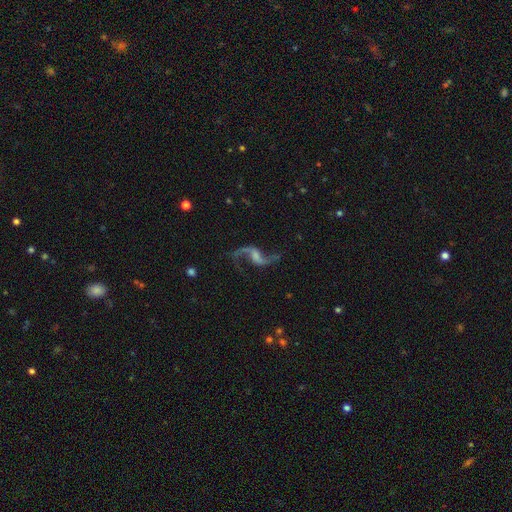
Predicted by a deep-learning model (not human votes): smooth-or-featured: featured or disk: 89% | star or artifact: 6% | smooth: 4%
  disk-edge-on: no: 96% | yes: 4%
    bar: weak: 45% | no: 37% | strong: 18%
    has-spiral-arms: yes: 97% | no: 3%
      spiral-winding: loose: 89% | medium: 9% | tight: 2%
      spiral-arm-count: 2: 94% | 1: 2% | can't tell: 1% | 3: 1% | 4: 1% | more than 4: 1%
    bulge-size: none: 35% | small: 32% | moderate: 23% | large: 7% | dominant: 2%
  merging: none: 76% | minor disturbance: 12% | major disturbance: 9% | merger: 2%